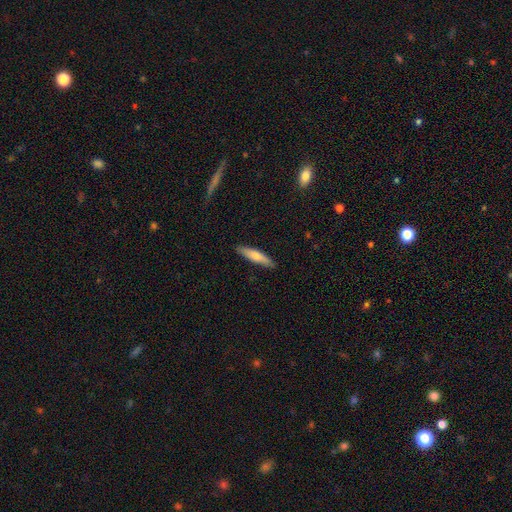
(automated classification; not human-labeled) A smooth galaxy with no disk features (68%) that is cigar-shaped (80%). Merging: none (88%).